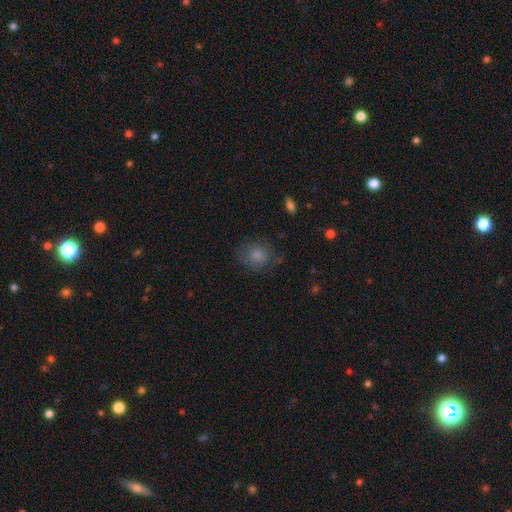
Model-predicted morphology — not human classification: Overall: smooth (65%). How rounded: round (74%). Merging: none (79%).